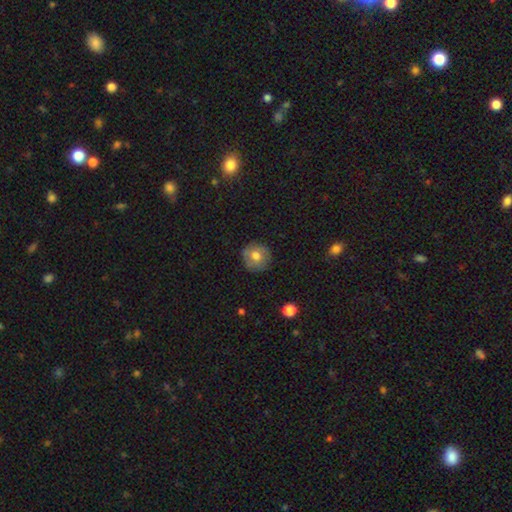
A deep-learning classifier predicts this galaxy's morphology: type=smooth (65%); roundness=round (92%); merging=none (83%).